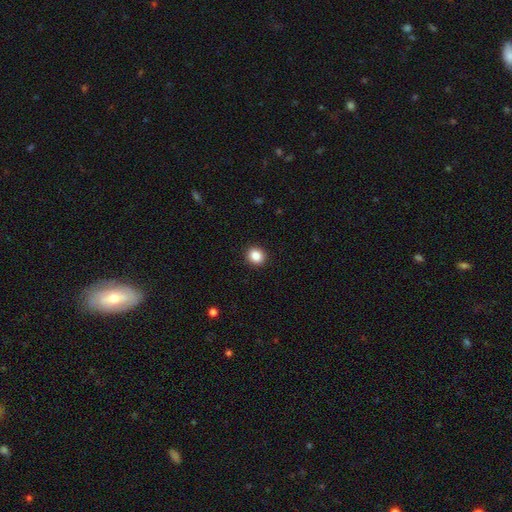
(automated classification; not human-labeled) Smooth or featured? Predicted: smooth (p=0.87). How rounded? Predicted: round (p=0.78). Merging? Predicted: none (p=0.92).